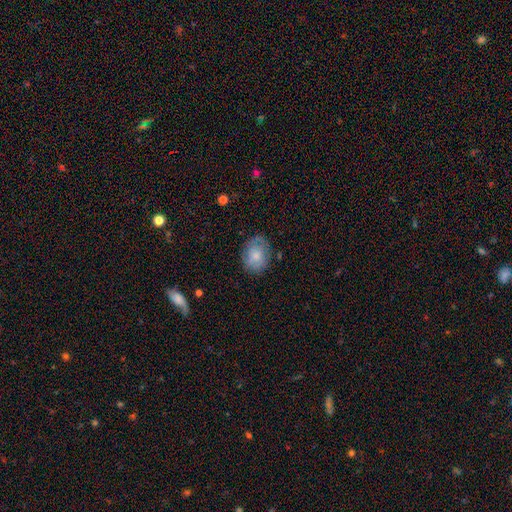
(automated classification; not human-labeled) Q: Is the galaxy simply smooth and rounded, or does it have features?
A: smooth — 65%.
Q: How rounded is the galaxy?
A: in between — 53%.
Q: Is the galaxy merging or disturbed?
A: none — 72%.